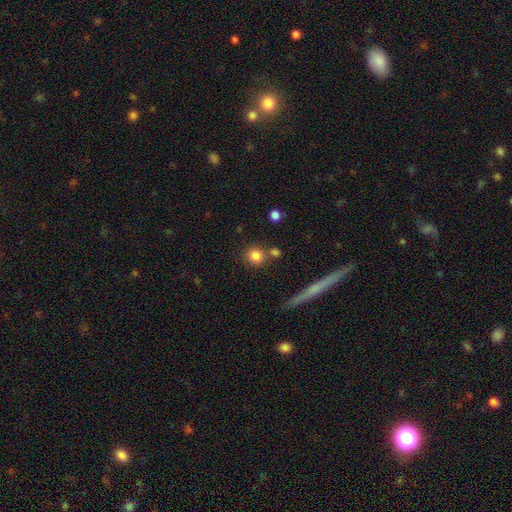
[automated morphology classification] This is clearly a smooth galaxy (82%). How rounded: clearly round (88%). Merging: likely none (71%).